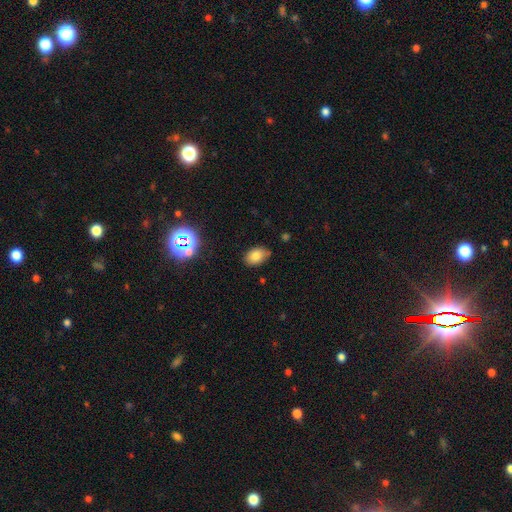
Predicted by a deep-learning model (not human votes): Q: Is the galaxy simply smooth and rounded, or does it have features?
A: smooth — 79%.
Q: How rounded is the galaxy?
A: in between — 84%.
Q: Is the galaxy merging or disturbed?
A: none — 78%.